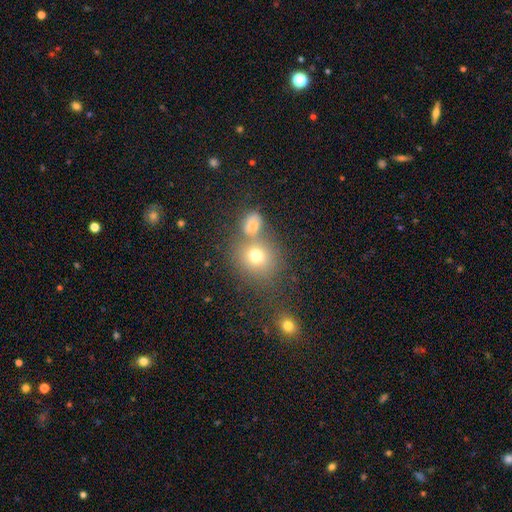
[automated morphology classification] This appears to be a smooth galaxy with no disk features (72%) that is round (79%). Merging: none (56%).